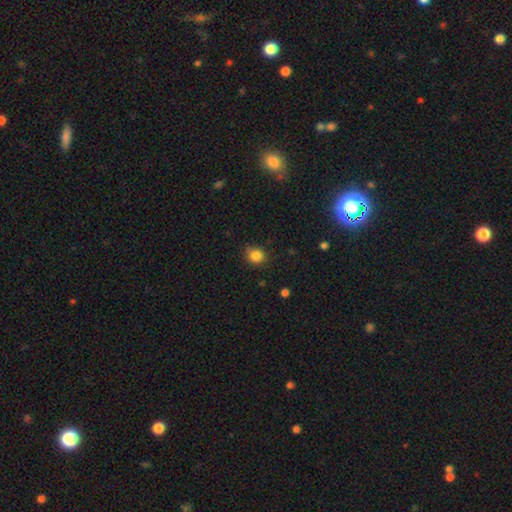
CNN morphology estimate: This appears to be a smooth galaxy with no disk features (84%) that is round (85%). Merging: none (82%).